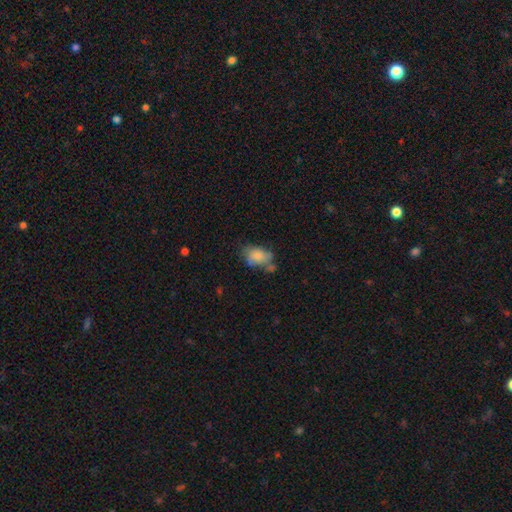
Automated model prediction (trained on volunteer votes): The model was most divided on "merging": none: 46%, minor disturbance: 27%, merger: 15%, major disturbance: 12%. More confident: how rounded — in between (81%); smooth or featured — smooth (70%).